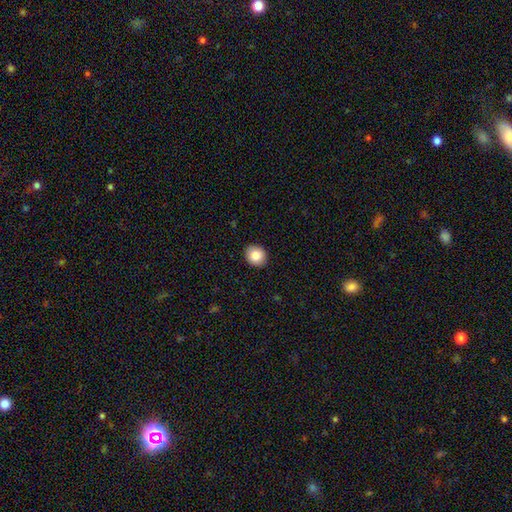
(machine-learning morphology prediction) smooth-or-featured: smooth: 86% | star or artifact: 8% | featured or disk: 6%
  how-rounded: round: 76% | in between: 23% | cigar-shaped: 1%
  merging: none: 91% | minor disturbance: 7% | major disturbance: 2% | merger: 1%